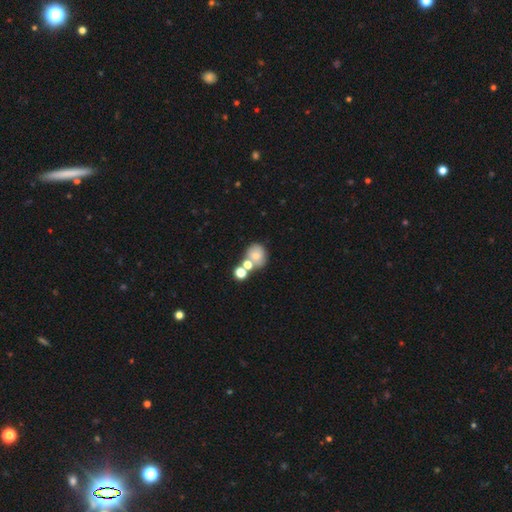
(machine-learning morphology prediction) A smooth galaxy with no disk features (66%) that is round (74%). Merging: none (43%).